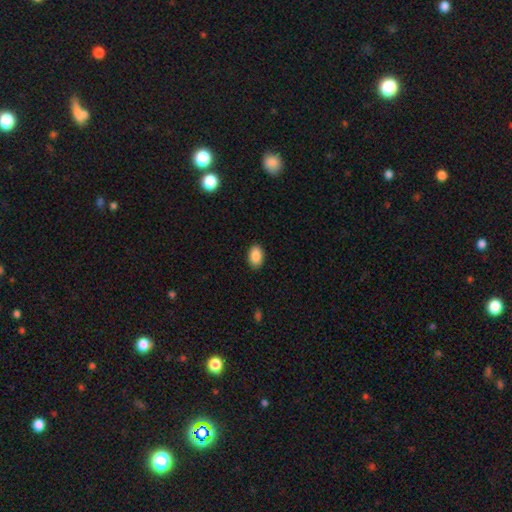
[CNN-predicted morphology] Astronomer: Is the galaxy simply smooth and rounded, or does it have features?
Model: smooth — 89%.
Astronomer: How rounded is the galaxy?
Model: in between — 91%.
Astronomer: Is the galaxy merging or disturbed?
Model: none — 89%.